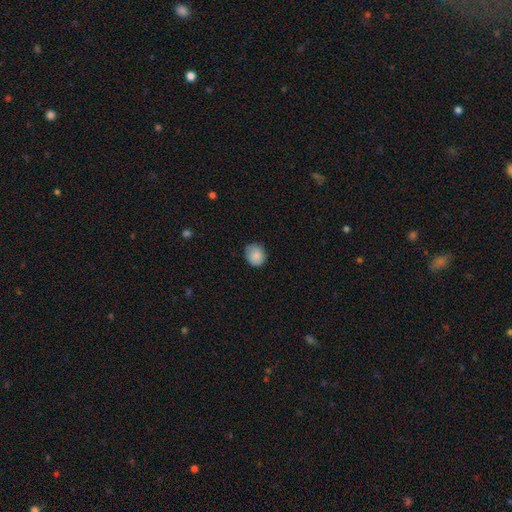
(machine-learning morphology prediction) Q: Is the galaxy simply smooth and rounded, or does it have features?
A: smooth — 87%.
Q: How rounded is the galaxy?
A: round — 76%.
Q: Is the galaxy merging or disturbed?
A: none — 80%.